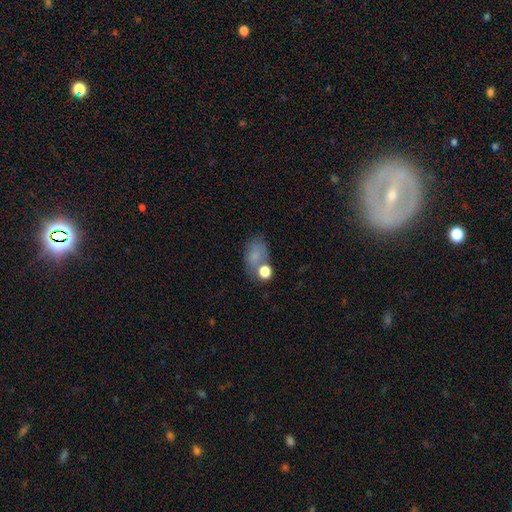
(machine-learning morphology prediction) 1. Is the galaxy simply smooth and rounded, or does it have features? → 71% smooth, 15% star or artifact, 14% featured or disk.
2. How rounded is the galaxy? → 78% in between, 20% round, 2% cigar-shaped.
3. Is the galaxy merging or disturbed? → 46% none, 21% merger, 20% minor disturbance, 13% major disturbance.